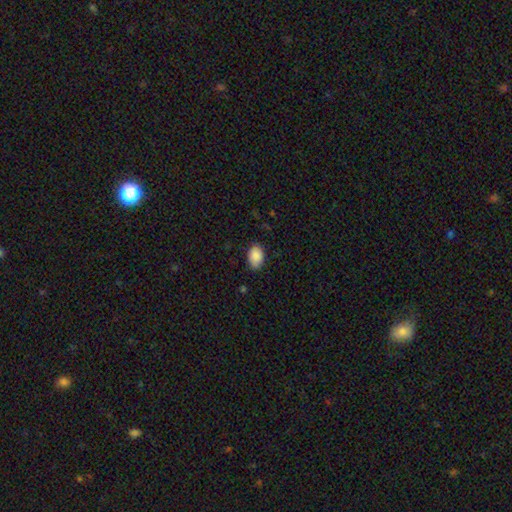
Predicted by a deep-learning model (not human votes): Smooth or featured: smooth — 89% (star or artifact — 7%)
How rounded: in between — 86% (round — 13%)
Merging: none — 77% (minor disturbance — 19%)